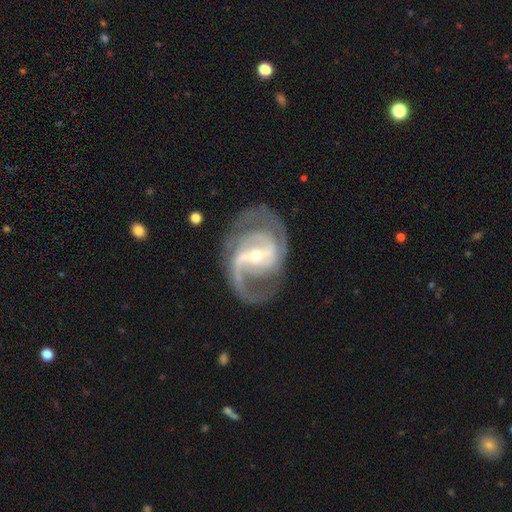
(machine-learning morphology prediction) smooth-or-featured: featured or disk: 91% | star or artifact: 5% | smooth: 4%
  disk-edge-on: no: 97% | yes: 3%
    bar: strong: 52% | weak: 36% | no: 12%
    has-spiral-arms: yes: 97% | no: 3%
      spiral-winding: medium: 55% | loose: 24% | tight: 21%
      spiral-arm-count: 2: 74% | 3: 11% | can't tell: 6% | 1: 4% | 4: 3% | more than 4: 2%
    bulge-size: small: 60% | moderate: 36% | large: 2% | none: 1% | dominant: 1%
  merging: none: 71% | minor disturbance: 15% | major disturbance: 12% | merger: 2%